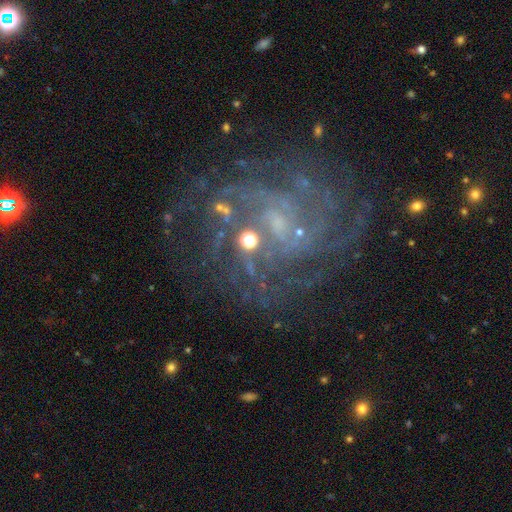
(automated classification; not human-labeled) Smooth or featured?
  - featured or disk: 83% *
  - star or artifact: 11%
  - smooth: 6%
Edge-on disk?
  - no: 98% *
  - yes: 2%
Bar?
  - no: 50% *
  - weak: 40%
  - strong: 11%
Spiral arms?
  - yes: 94% *
  - no: 6%
Spiral winding?
  - tight: 56% *
  - medium: 34%
  - loose: 10%
Spiral arm count?
  - can't tell: 30% *
  - 4: 20%
  - more than 4: 17%
  - 3: 14%
  - 2: 11%
  - 1: 8%
Bulge size?
  - small: 63% *
  - none: 19%
  - moderate: 16%
  - large: 2%
  - dominant: 1%
Merging?
  - none: 69% *
  - minor disturbance: 14%
  - major disturbance: 11%
  - merger: 5%